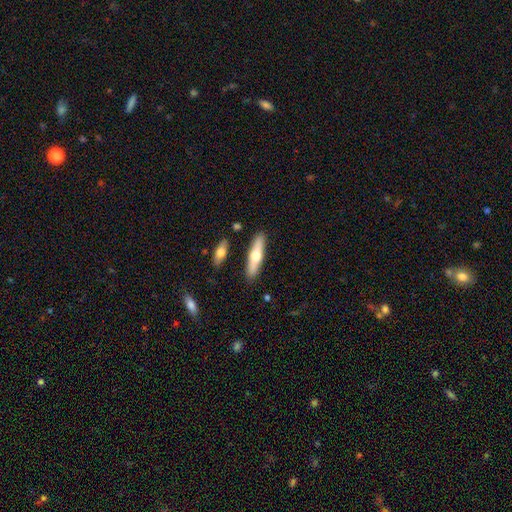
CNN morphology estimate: This is possibly a smooth galaxy (52%). How rounded: likely cigar-shaped (74%). Merging: clearly none (86%).